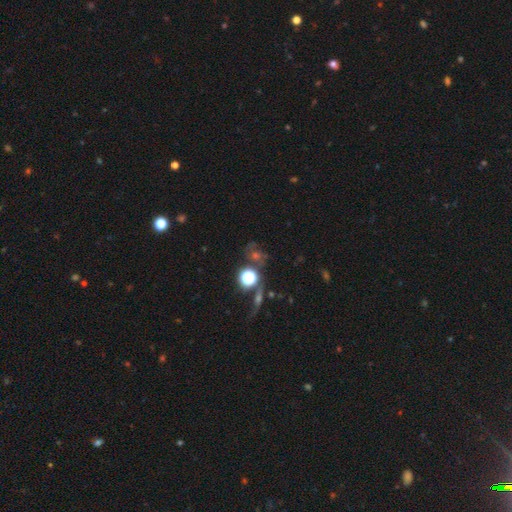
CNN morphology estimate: Q: Smooth or featured?
A: star or artifact (52%); runner-up: smooth (31%)